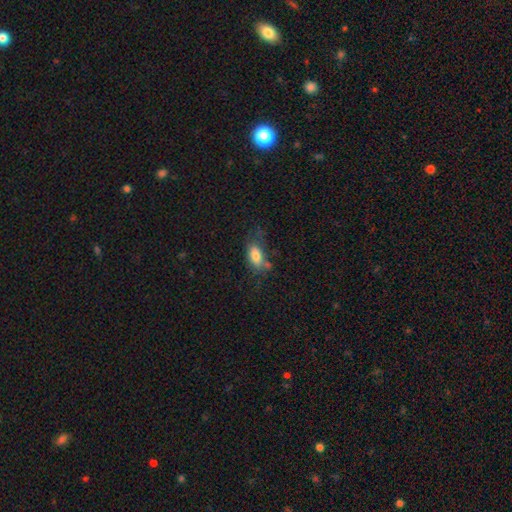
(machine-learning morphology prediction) smooth 78%, featured or disk 14%, star or artifact 8%. Down the decision tree: how rounded — in between (88%); merging — none (49%).